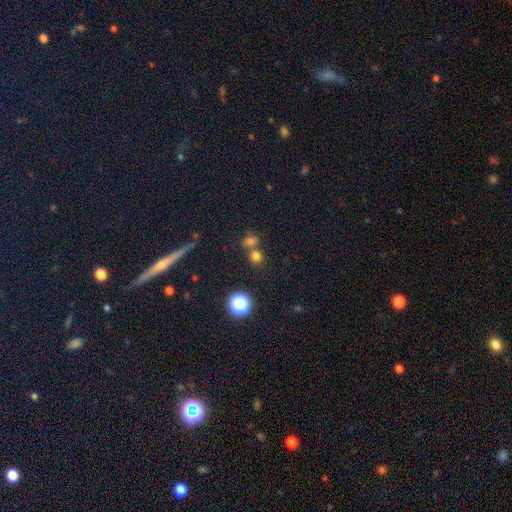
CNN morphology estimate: smooth-or-featured: smooth: 69% | star or artifact: 23% | featured or disk: 7%
  how-rounded: round: 73% | in between: 25% | cigar-shaped: 1%
  merging: none: 52% | merger: 36% | minor disturbance: 8% | major disturbance: 4%